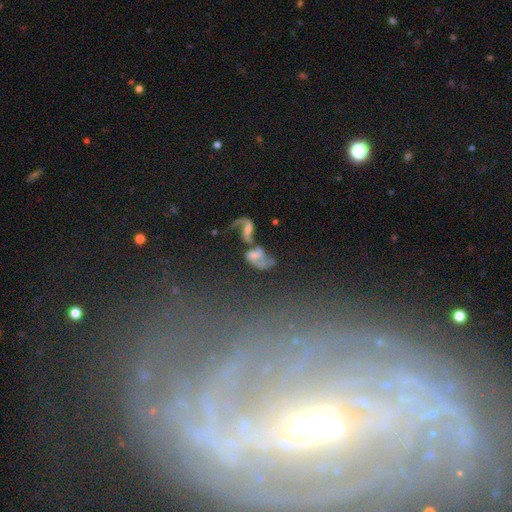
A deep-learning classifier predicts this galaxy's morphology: This appears to be a featured or disk galaxy (56%) with no bar (64%), spiral arms (64%) and no central bulge (39%). Merging: merger (54%).